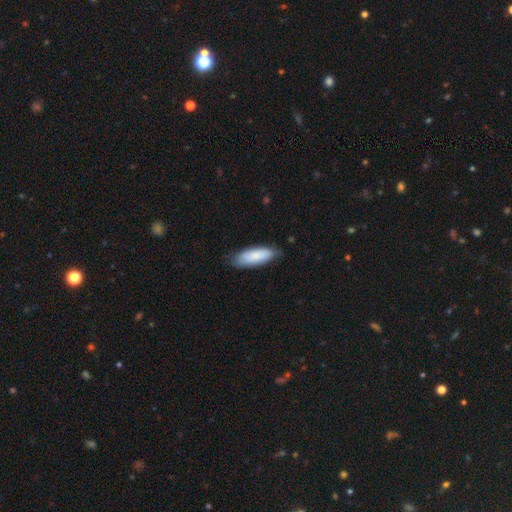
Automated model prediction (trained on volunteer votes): smooth-or-featured: smooth: 81% | featured or disk: 13% | star or artifact: 5%
  how-rounded: in between: 62% | cigar-shaped: 37% | round: 1%
  merging: none: 75% | minor disturbance: 20% | major disturbance: 3% | merger: 1%